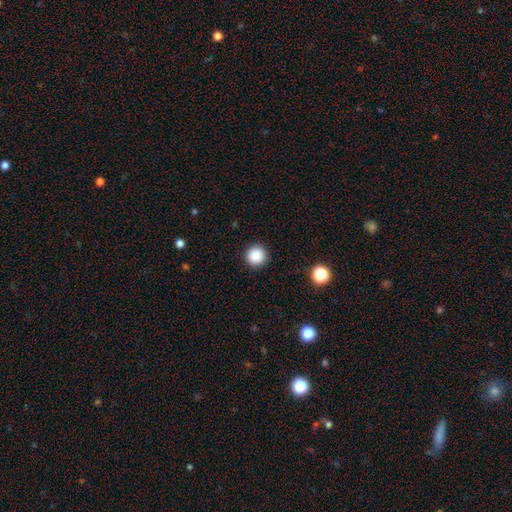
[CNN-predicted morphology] Q: Smooth or featured?
A: smooth (87%); runner-up: star or artifact (10%)
Q: How rounded?
A: round (96%); runner-up: in between (3%)
Q: Merging?
A: none (92%); runner-up: minor disturbance (5%)